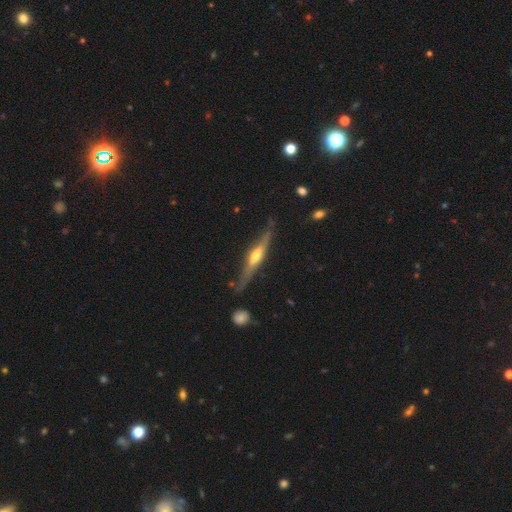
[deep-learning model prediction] Q: Smooth or featured?
A: featured or disk (71%); runner-up: smooth (24%)
Q: Edge-on disk?
A: yes (94%); runner-up: no (6%)
Q: Edge-on bulge?
A: rounded (81%); runner-up: boxy (10%)
Q: Merging?
A: none (78%); runner-up: minor disturbance (16%)